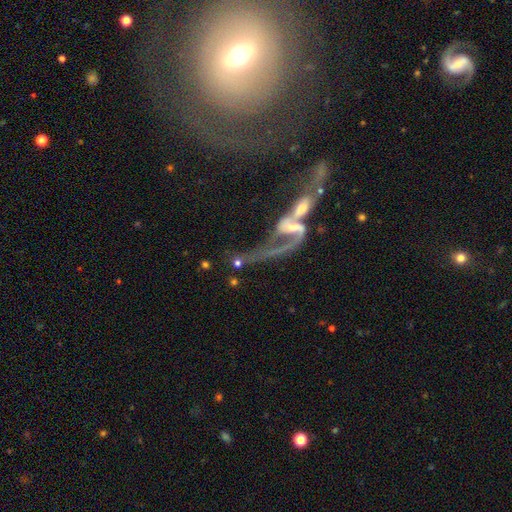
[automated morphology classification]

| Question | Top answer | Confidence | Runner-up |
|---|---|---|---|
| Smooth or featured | featured or disk | 68% | smooth (16%) |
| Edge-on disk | no | 81% | yes (19%) |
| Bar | no | 50% | weak (30%) |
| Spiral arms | yes | 66% | no (34%) |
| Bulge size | small | 38% | moderate (36%) |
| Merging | merger | 36% | major disturbance (27%) |